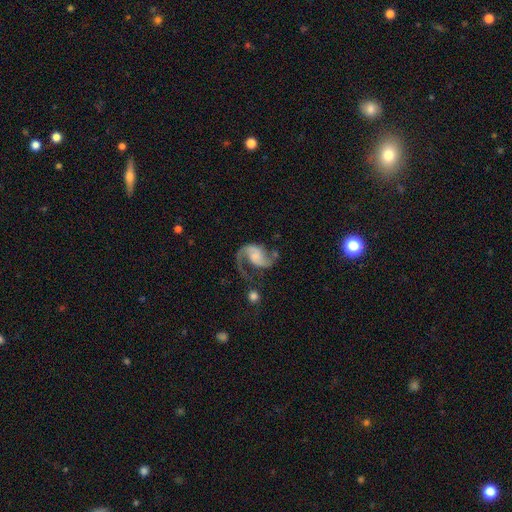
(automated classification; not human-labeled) smooth-or-featured: featured or disk: 88% | smooth: 7% | star or artifact: 5%
  disk-edge-on: no: 98% | yes: 2%
    bar: no: 57% | weak: 33% | strong: 10%
    has-spiral-arms: yes: 97% | no: 3%
      spiral-winding: loose: 49% | medium: 41% | tight: 10%
      spiral-arm-count: 2: 78% | 1: 17% | can't tell: 2% | 3: 1% | 4: 1% | more than 4: 1%
    bulge-size: none: 44% | small: 22% | moderate: 17% | large: 13% | dominant: 3%
  merging: none: 47% | major disturbance: 27% | minor disturbance: 19% | merger: 7%